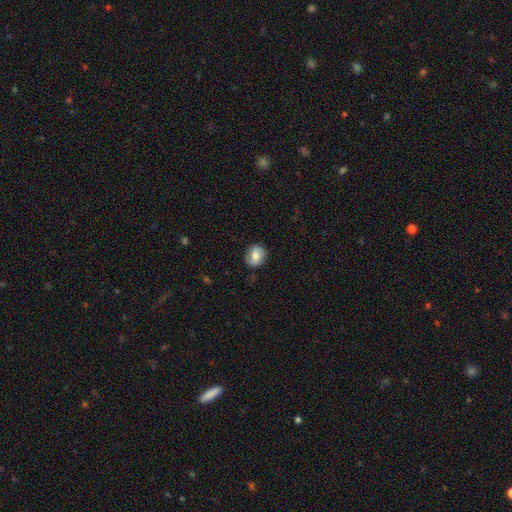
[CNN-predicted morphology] This appears to be a smooth galaxy with no disk features (69%) that is round (64%). Merging: none (81%).